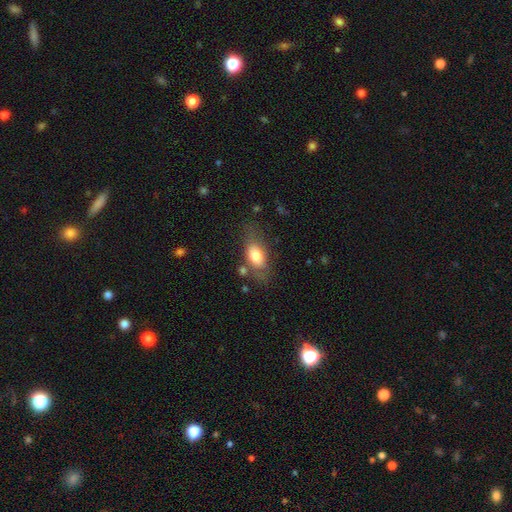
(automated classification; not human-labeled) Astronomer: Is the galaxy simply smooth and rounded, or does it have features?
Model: smooth — 73%.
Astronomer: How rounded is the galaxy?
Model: in between — 83%.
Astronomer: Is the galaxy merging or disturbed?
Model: none — 59%.